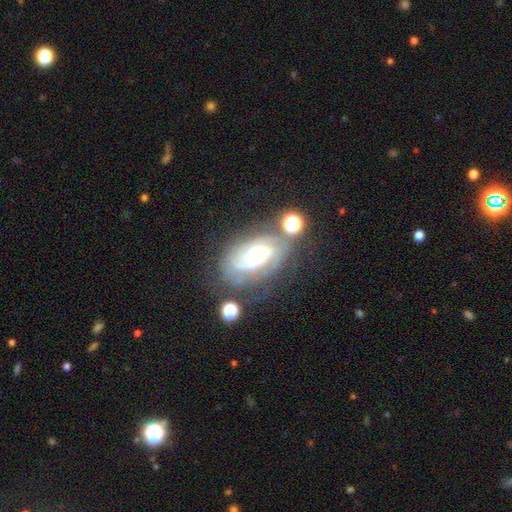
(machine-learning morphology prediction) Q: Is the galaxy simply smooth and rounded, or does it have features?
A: featured or disk — 74%.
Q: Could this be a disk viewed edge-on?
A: no — 95%.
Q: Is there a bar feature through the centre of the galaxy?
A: no — 72%.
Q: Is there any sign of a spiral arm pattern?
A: yes — 88%.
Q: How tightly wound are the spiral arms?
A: tight — 63%.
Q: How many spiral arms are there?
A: can't tell — 46%.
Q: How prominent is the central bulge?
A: small — 58%.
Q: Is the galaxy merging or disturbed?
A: none — 54%.